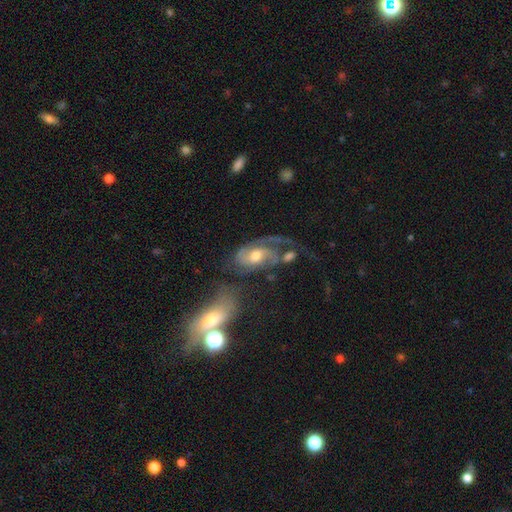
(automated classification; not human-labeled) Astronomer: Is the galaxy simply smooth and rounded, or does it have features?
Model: featured or disk — 79%.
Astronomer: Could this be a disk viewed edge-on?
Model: no — 96%.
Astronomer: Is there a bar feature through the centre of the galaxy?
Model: no — 60%.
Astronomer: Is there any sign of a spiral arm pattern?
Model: yes — 91%.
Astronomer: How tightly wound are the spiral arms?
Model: medium — 45% (runner-up: tight, 30%).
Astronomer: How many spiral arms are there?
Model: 2 — 52%.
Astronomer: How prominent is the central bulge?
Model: moderate — 67%.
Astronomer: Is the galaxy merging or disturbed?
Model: none — 32% (runner-up: major disturbance, 31%).